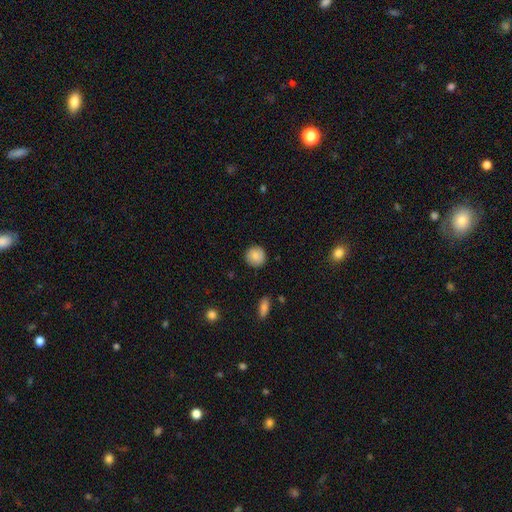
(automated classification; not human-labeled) Q: Smooth or featured?
A: smooth (85%); runner-up: star or artifact (8%)
Q: How rounded?
A: round (91%); runner-up: in between (7%)
Q: Merging?
A: none (88%); runner-up: minor disturbance (9%)